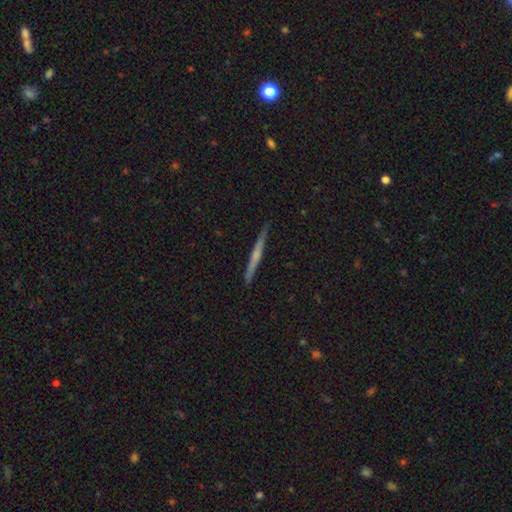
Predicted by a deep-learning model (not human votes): Smooth or featured? Predicted: featured or disk (p=0.60). Edge-on disk? Predicted: yes (p=0.98). Edge-on bulge? Predicted: none (p=0.51). Merging? Predicted: none (p=0.91).